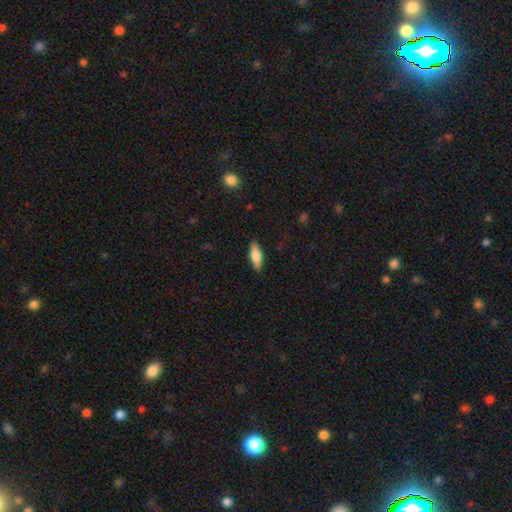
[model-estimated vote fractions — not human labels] Q: Smooth or featured?
A: smooth (67%); runner-up: featured or disk (27%)
Q: How rounded?
A: in between (55%); runner-up: cigar-shaped (42%)
Q: Merging?
A: none (86%); runner-up: minor disturbance (10%)